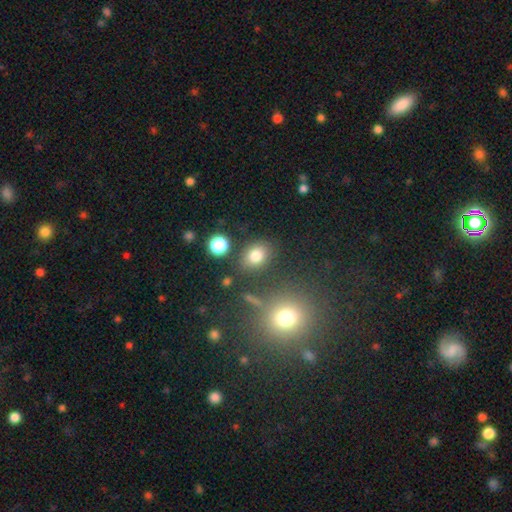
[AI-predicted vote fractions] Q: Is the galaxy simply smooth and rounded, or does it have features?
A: smooth — 79%.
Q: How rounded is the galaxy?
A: in between — 63%.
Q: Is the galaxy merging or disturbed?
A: none — 79%.